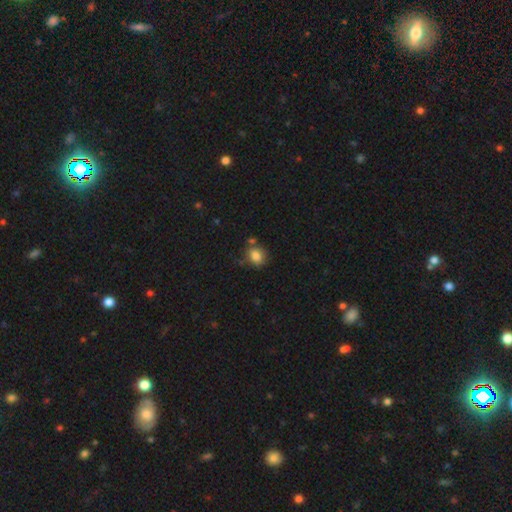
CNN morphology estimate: Overall: smooth (84%). How rounded: round (52%; in between 47%). Merging: none (67%).